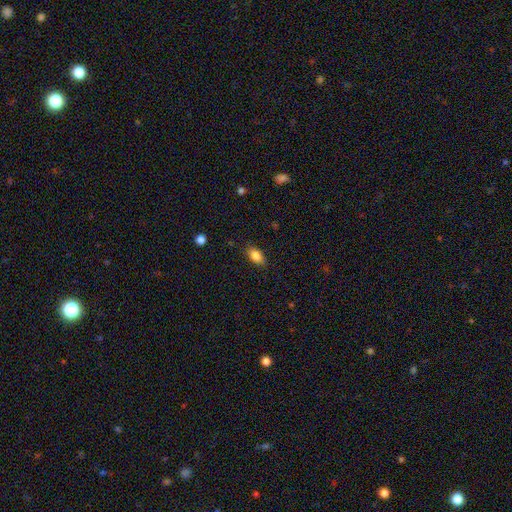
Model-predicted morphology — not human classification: smooth 85%, star or artifact 8%, featured or disk 6%. Down the decision tree: how rounded — in between (88%); merging — none (85%).